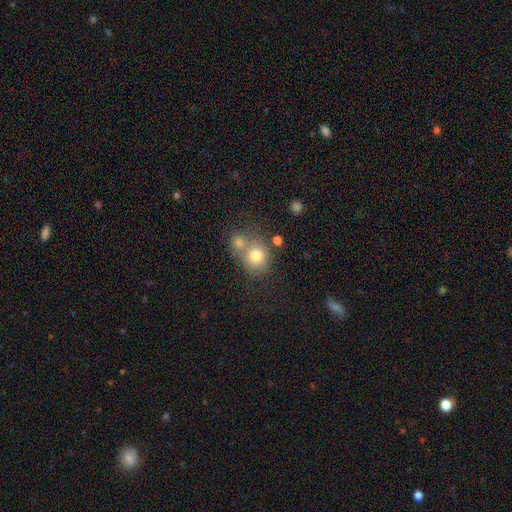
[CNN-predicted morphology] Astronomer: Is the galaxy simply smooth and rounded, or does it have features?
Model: smooth — 75%.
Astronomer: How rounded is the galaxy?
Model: round — 76%.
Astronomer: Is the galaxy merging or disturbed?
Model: none — 46% (runner-up: merger, 39%).